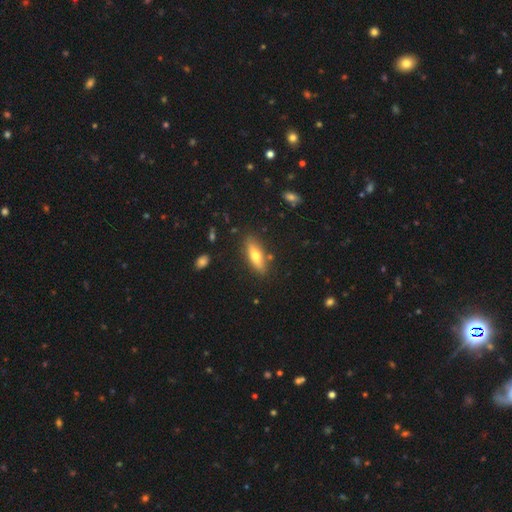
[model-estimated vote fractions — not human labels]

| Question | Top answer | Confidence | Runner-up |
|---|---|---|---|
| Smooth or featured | smooth | 62% | featured or disk (31%) |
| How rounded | in between | 55% | cigar-shaped (43%) |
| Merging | none | 82% | minor disturbance (12%) |